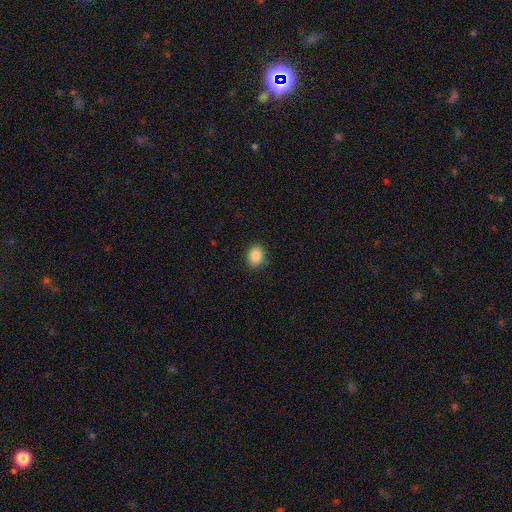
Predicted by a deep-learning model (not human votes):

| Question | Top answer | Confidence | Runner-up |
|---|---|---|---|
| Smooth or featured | smooth | 87% | star or artifact (9%) |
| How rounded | in between | 56% | round (43%) |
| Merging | none | 88% | minor disturbance (9%) |